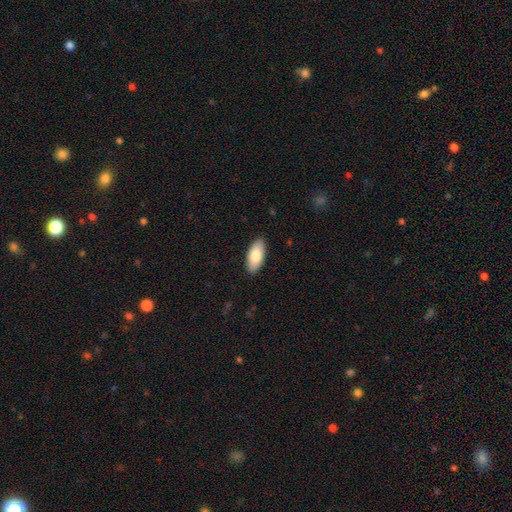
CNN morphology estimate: A smooth galaxy with no disk features (83%) that is in between round and cigar-shaped (89%).

Vote fractions:
- Smooth or featured? smooth: 83% / featured or disk: 11% / star or artifact: 5%
- How rounded? in between: 89% / cigar-shaped: 9% / round: 2%
- Merging? none: 89% / minor disturbance: 8% / major disturbance: 2% / merger: 1%